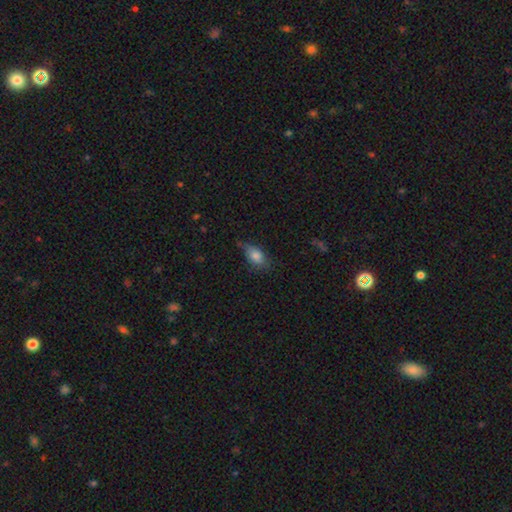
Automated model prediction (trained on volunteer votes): Q: Smooth or featured?
A: smooth (80%); runner-up: featured or disk (11%)
Q: How rounded?
A: in between (85%); runner-up: round (10%)
Q: Merging?
A: none (56%); runner-up: minor disturbance (32%)